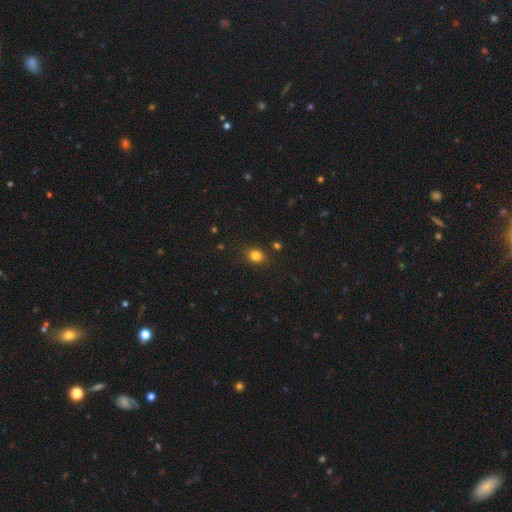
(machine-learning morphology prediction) Smooth or featured? Predicted: smooth (p=0.82). How rounded? Predicted: round (p=0.59). Merging? Predicted: none (p=0.82).